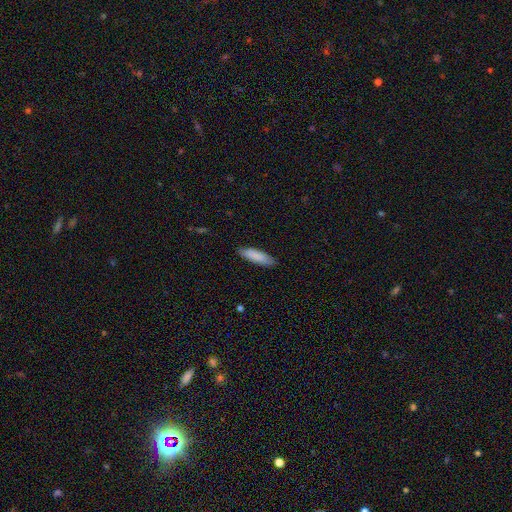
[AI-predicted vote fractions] smooth-or-featured: smooth: 86% | featured or disk: 8% | star or artifact: 5%
  how-rounded: cigar-shaped: 57% | in between: 41% | round: 1%
  merging: none: 86% | minor disturbance: 11% | major disturbance: 2% | merger: 1%